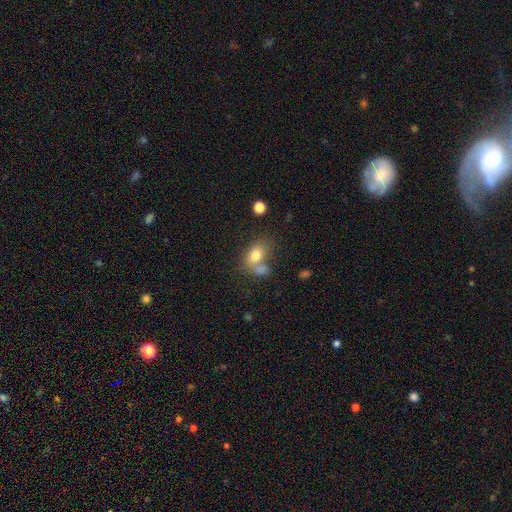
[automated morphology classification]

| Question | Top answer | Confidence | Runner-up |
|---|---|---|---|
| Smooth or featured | smooth | 77% | featured or disk (14%) |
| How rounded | in between | 78% | round (20%) |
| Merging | merger | 41% | none (38%) |